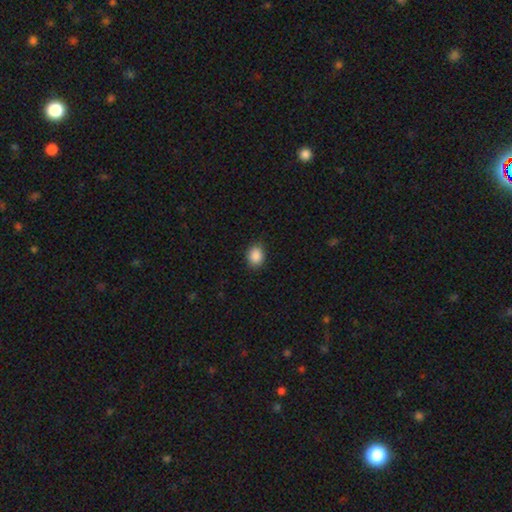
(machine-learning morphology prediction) Q: Smooth or featured?
A: smooth (88%); runner-up: star or artifact (9%)
Q: How rounded?
A: round (52%); runner-up: in between (47%)
Q: Merging?
A: none (86%); runner-up: minor disturbance (11%)